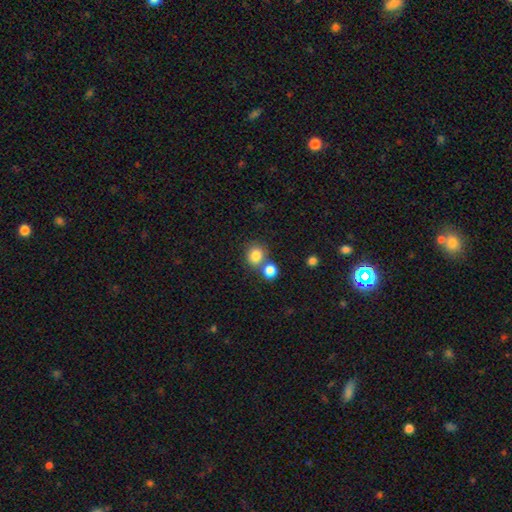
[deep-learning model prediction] A smooth galaxy with no disk features (82%) that is round (77%).

Vote fractions:
- Smooth or featured? smooth: 82% / star or artifact: 11% / featured or disk: 7%
- How rounded? round: 77% / in between: 22% / cigar-shaped: 1%
- Merging? none: 56% / merger: 32% / minor disturbance: 8% / major disturbance: 3%